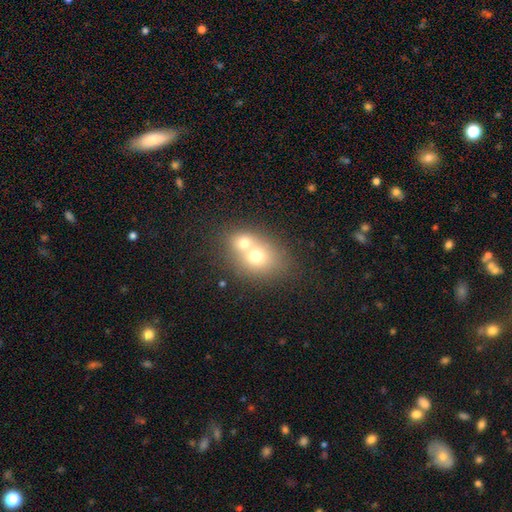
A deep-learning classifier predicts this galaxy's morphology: Q: Smooth or featured?
A: smooth (65%); runner-up: featured or disk (24%)
Q: How rounded?
A: round (51%); runner-up: in between (47%)
Q: Merging?
A: merger (68%); runner-up: none (23%)